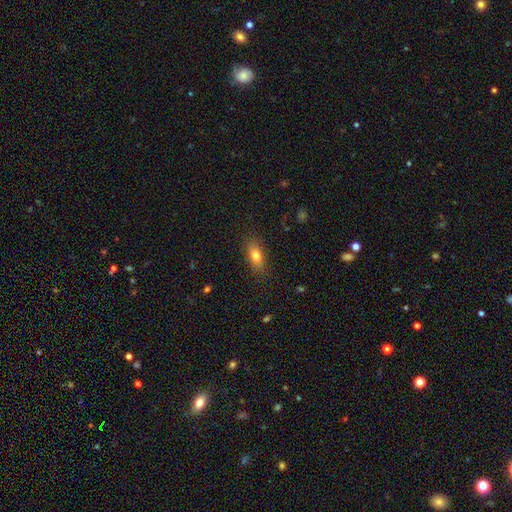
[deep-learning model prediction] A smooth galaxy with no disk features (77%) that is in between round and cigar-shaped (78%). Merging: none (83%).